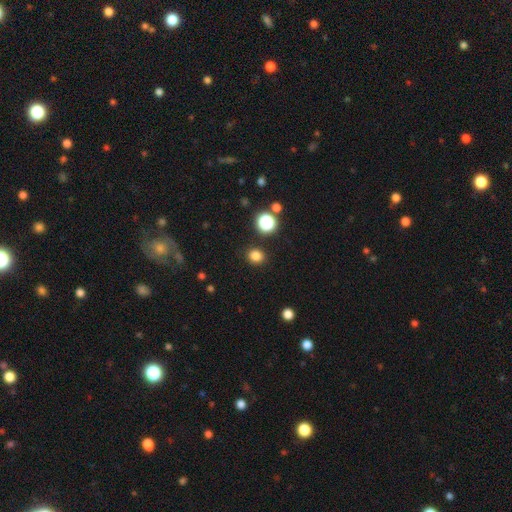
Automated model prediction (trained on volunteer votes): Q: Smooth or featured?
A: smooth (81%); runner-up: star or artifact (14%)
Q: How rounded?
A: round (78%); runner-up: in between (21%)
Q: Merging?
A: none (89%); runner-up: minor disturbance (6%)